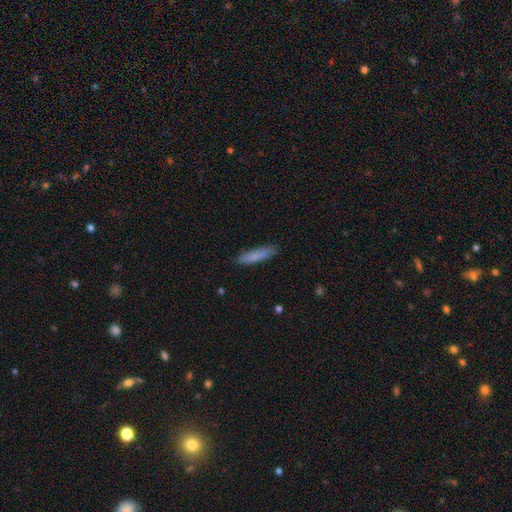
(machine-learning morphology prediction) This appears to be a smooth galaxy with no disk features (82%) that is cigar-shaped (86%). Merging: none (86%).